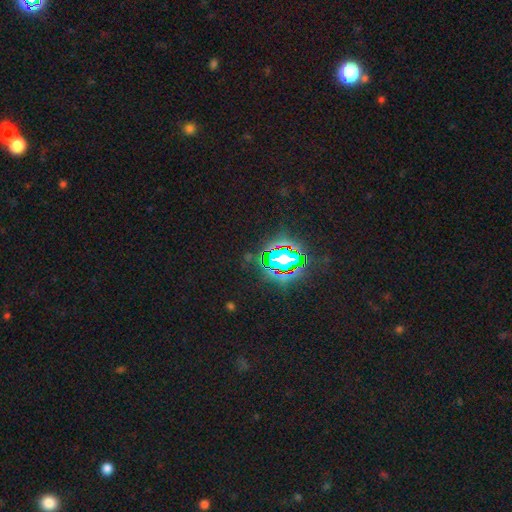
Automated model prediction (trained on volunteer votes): Smooth or featured: star or artifact — 81% (smooth — 12%)